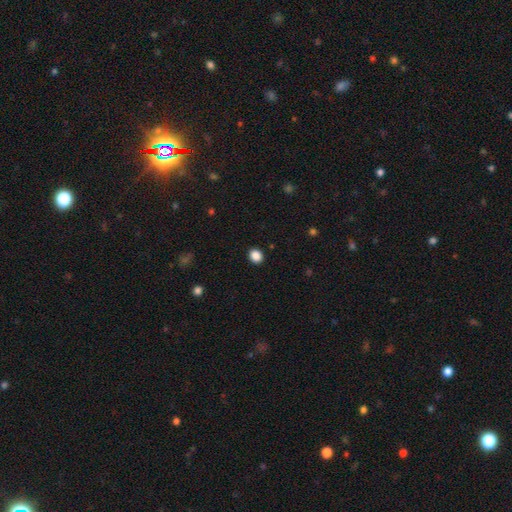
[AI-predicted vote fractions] Overall: smooth (87%). How rounded: round (63%; in between 36%). Merging: none (91%).